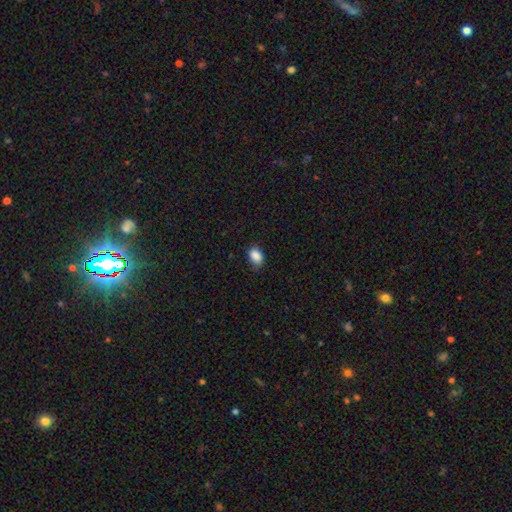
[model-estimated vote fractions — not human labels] A smooth galaxy with no disk features (88%) that is in between round and cigar-shaped (81%).

Vote fractions:
- Smooth or featured? smooth: 88% / star or artifact: 9% / featured or disk: 4%
- How rounded? in between: 81% / round: 18% / cigar-shaped: 1%
- Merging? none: 70% / minor disturbance: 24% / major disturbance: 5% / merger: 1%